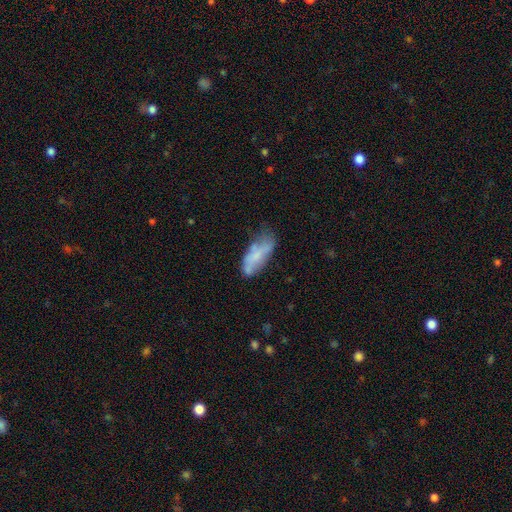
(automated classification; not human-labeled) This appears to be a smooth galaxy with no disk features (58%) that is in between round and cigar-shaped (73%). Merging: none (44%).